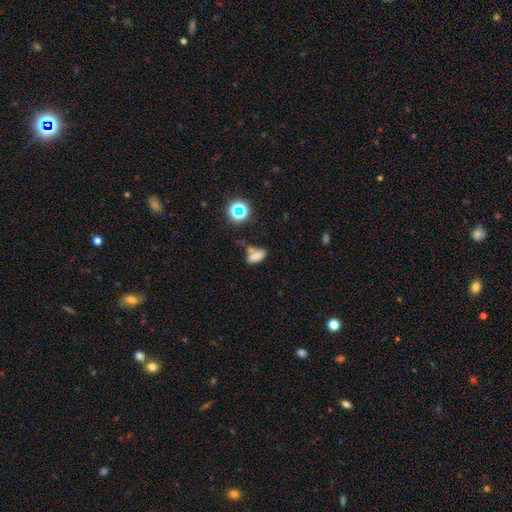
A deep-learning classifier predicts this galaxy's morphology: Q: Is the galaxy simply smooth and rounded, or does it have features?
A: smooth — 69%.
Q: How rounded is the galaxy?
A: in between — 85%.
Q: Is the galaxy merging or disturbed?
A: none — 45%.